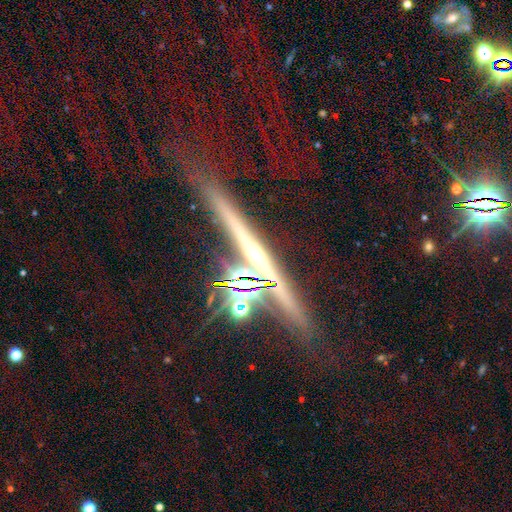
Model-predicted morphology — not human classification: Smooth or featured?
  - featured or disk: 57% *
  - star or artifact: 29%
  - smooth: 13%
Edge-on disk?
  - yes: 93% *
  - no: 7%
Edge-on bulge?
  - rounded: 68% *
  - none: 24%
  - boxy: 8%
Merging?
  - none: 73% *
  - minor disturbance: 14%
  - merger: 7%
  - major disturbance: 6%